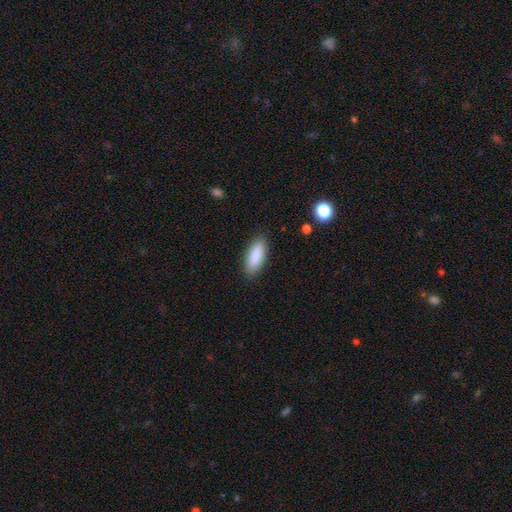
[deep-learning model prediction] Smooth or featured: smooth — 88% (star or artifact — 6%)
How rounded: in between — 71% (cigar-shaped — 27%)
Merging: none — 87% (minor disturbance — 10%)